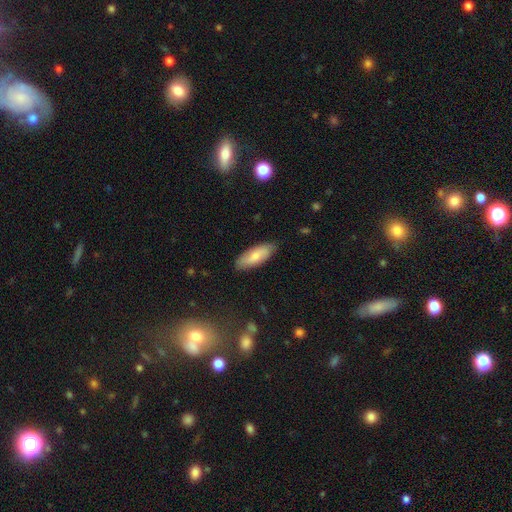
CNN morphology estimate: A smooth galaxy with no disk features (77%) that is in between round and cigar-shaped (72%). Merging: none (83%).